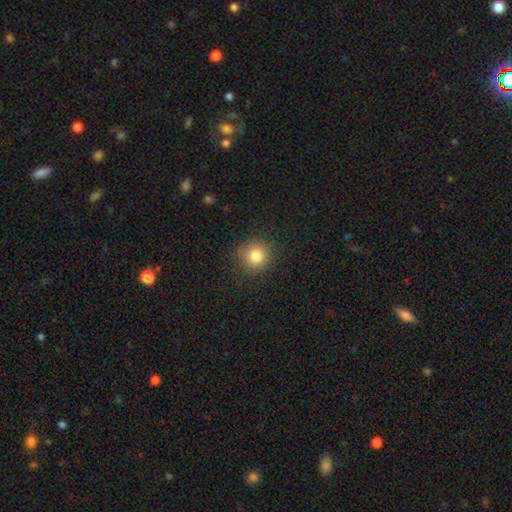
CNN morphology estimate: A smooth galaxy with no disk features (81%) that is round (92%).

Vote fractions:
- Smooth or featured? smooth: 81% / star or artifact: 12% / featured or disk: 7%
- How rounded? round: 92% / in between: 7% / cigar-shaped: 1%
- Merging? none: 87% / minor disturbance: 9% / major disturbance: 3% / merger: 1%